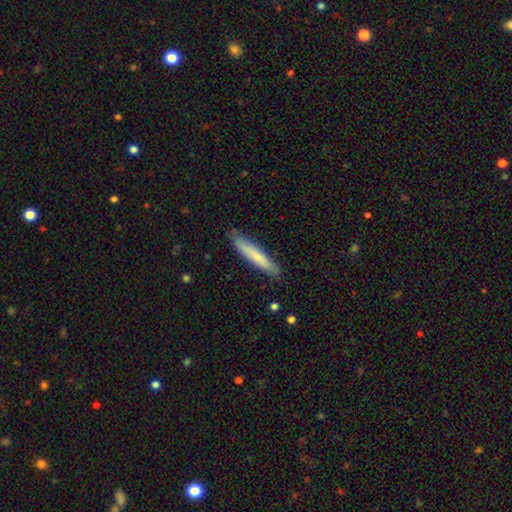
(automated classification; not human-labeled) Smooth or featured: smooth — 73% (featured or disk — 22%)
How rounded: cigar-shaped — 92% (in between — 7%)
Merging: none — 87% (minor disturbance — 10%)